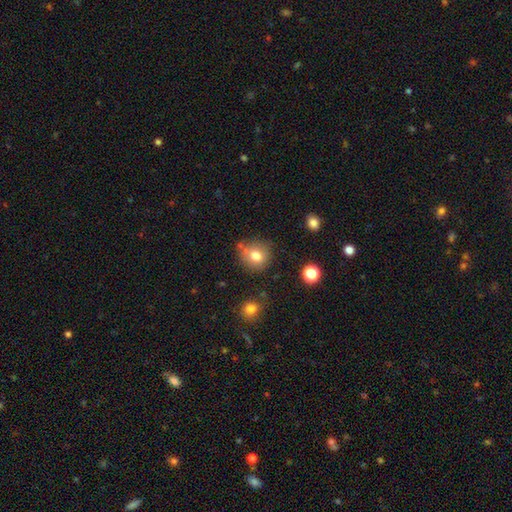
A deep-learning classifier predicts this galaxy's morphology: Smooth or featured: smooth — 78% (star or artifact — 12%)
How rounded: round — 84% (in between — 15%)
Merging: none — 69% (minor disturbance — 18%)